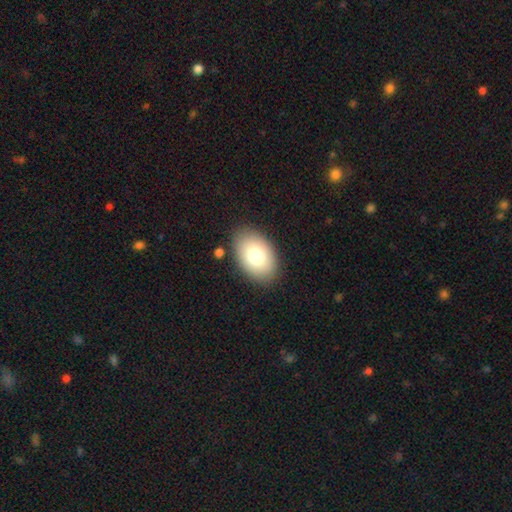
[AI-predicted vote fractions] smooth-or-featured: smooth: 79% | featured or disk: 13% | star or artifact: 8%
  how-rounded: in between: 88% | round: 11% | cigar-shaped: 1%
  merging: none: 86% | minor disturbance: 9% | major disturbance: 3% | merger: 2%